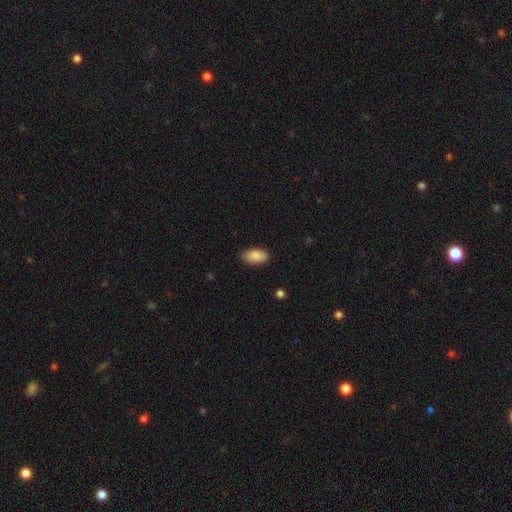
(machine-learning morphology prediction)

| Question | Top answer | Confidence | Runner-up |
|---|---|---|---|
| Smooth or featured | smooth | 89% | star or artifact (7%) |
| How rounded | in between | 94% | round (4%) |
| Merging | none | 83% | minor disturbance (14%) |